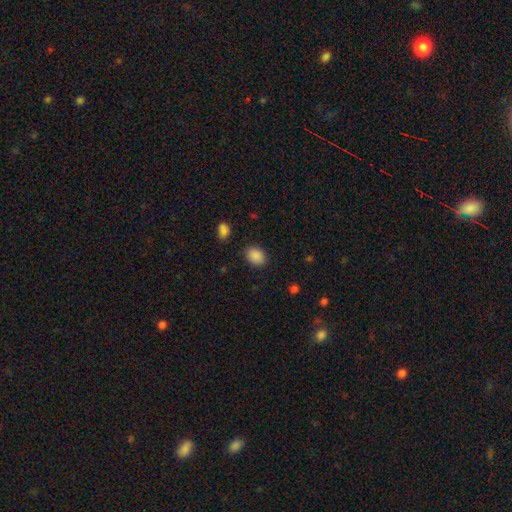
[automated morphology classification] smooth_or_featured: smooth (p=0.88) [alt: star or artifact p=0.09]
how_rounded: in between (p=0.60) [alt: round p=0.39]
merging: none (p=0.84) [alt: minor disturbance p=0.11]